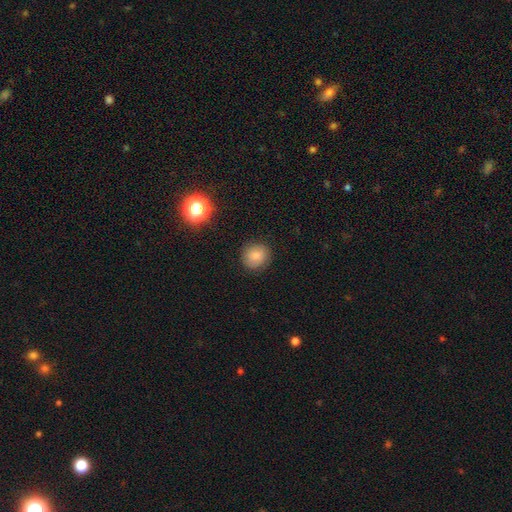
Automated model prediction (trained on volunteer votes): smooth 75%, featured or disk 13%, star or artifact 12%. Down the decision tree: how rounded — round (85%); merging — none (87%).